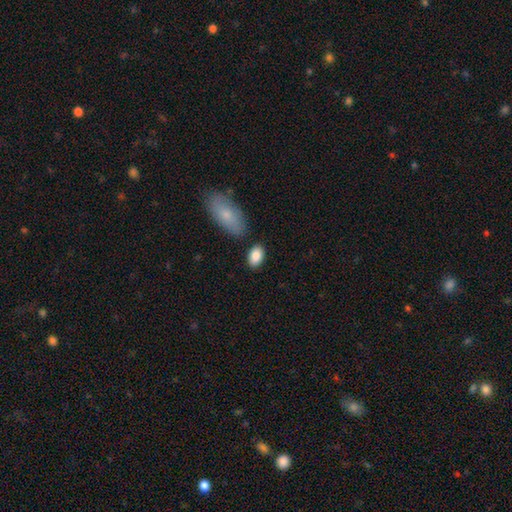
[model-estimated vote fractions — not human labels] The model was most divided on "merging": none: 81%, minor disturbance: 11%, merger: 6%, major disturbance: 3%. More confident: how rounded — in between (91%); smooth or featured — smooth (88%).